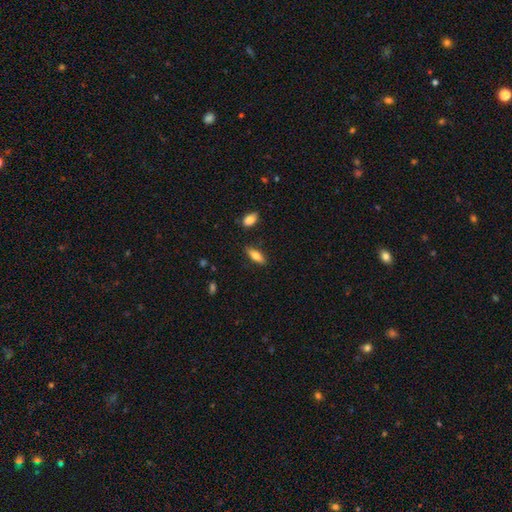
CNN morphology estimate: This appears to be a smooth galaxy with no disk features (72%) that is in between round and cigar-shaped (63%). Merging: none (85%).